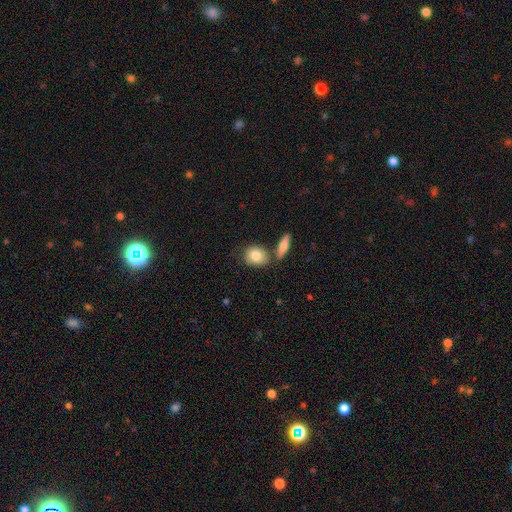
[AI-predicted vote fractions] This is clearly a smooth galaxy (81%). How rounded: possibly in between (52%). Merging: likely none (61%).